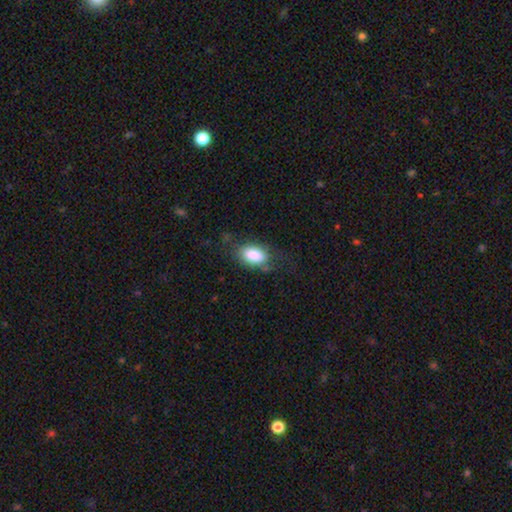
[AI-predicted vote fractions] Morphology: type=smooth (83%); roundness=in between (92%); merging=none (61%).